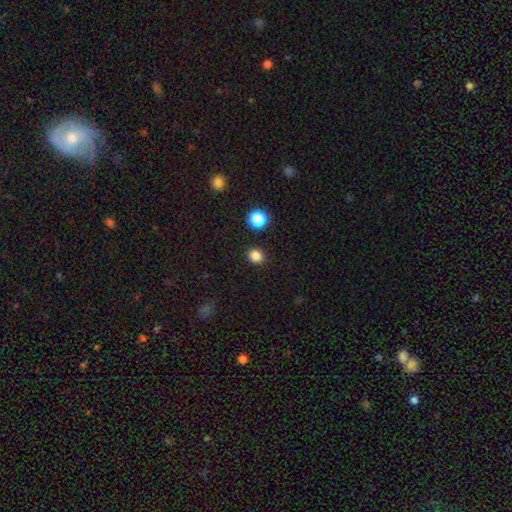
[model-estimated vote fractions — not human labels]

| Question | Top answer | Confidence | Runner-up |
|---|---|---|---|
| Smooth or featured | smooth | 84% | star or artifact (13%) |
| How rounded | round | 83% | in between (16%) |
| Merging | none | 90% | minor disturbance (6%) |